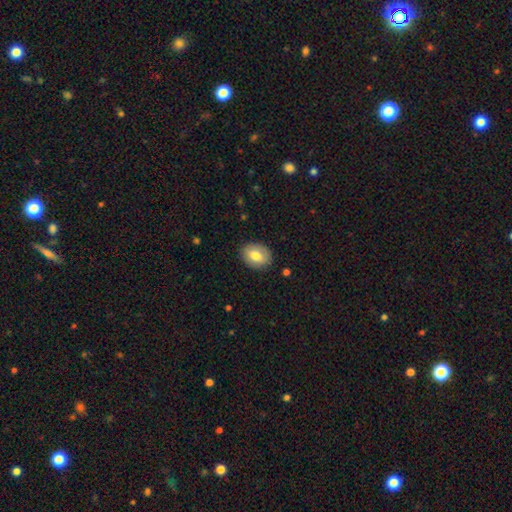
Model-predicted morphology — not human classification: Smooth or featured: smooth — 77% (featured or disk — 16%)
How rounded: in between — 71% (round — 28%)
Merging: none — 86% (minor disturbance — 10%)